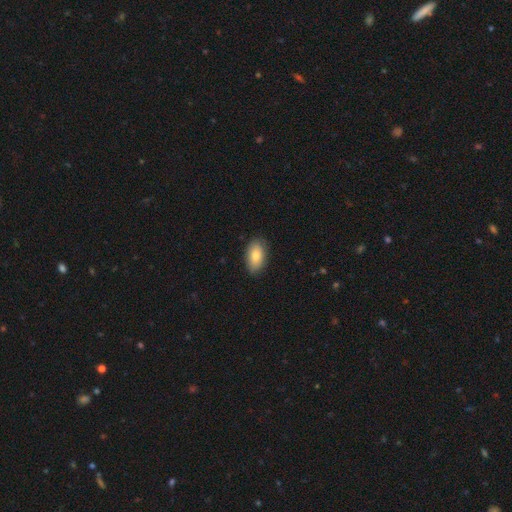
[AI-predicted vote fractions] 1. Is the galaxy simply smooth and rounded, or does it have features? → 82% smooth, 11% featured or disk, 7% star or artifact.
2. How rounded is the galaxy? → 93% in between, 5% round, 2% cigar-shaped.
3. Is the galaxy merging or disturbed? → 84% none, 12% minor disturbance, 2% major disturbance, 1% merger.